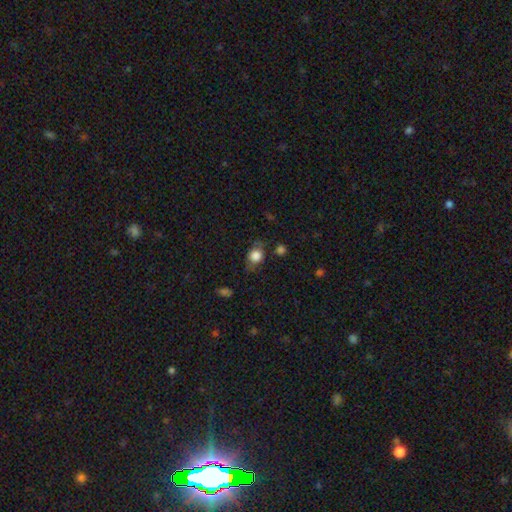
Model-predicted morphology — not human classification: smooth_or_featured: smooth (p=0.78) [alt: featured or disk p=0.12]
how_rounded: round (p=0.62) [alt: in between p=0.36]
merging: none (p=0.66) [alt: minor disturbance p=0.22]